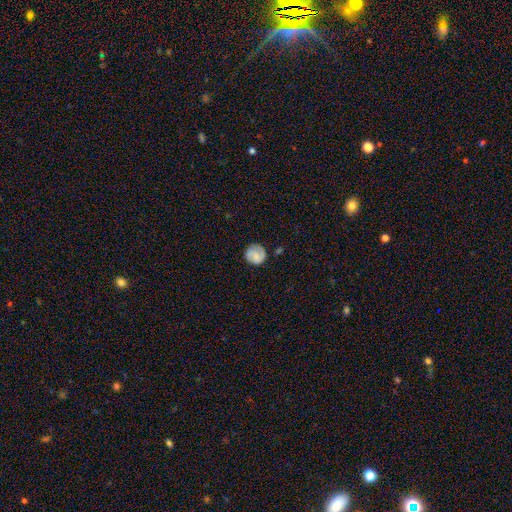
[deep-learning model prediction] Smooth or featured: smooth — 52% (featured or disk — 40%)
How rounded: round — 85% (in between — 14%)
Merging: none — 73% (minor disturbance — 18%)